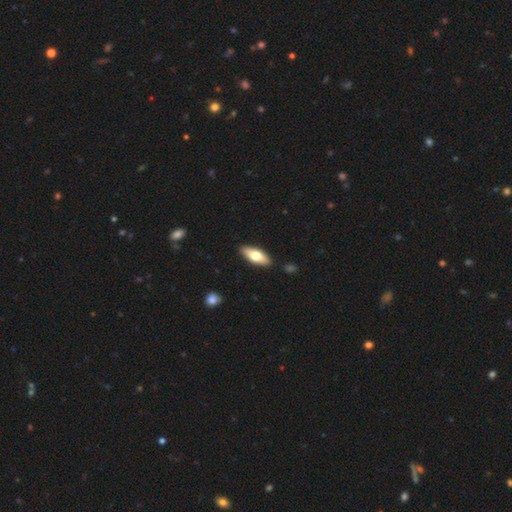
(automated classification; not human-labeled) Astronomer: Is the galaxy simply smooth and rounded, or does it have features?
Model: smooth — 67%.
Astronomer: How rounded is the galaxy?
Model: in between — 72%.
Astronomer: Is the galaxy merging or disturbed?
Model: none — 88%.